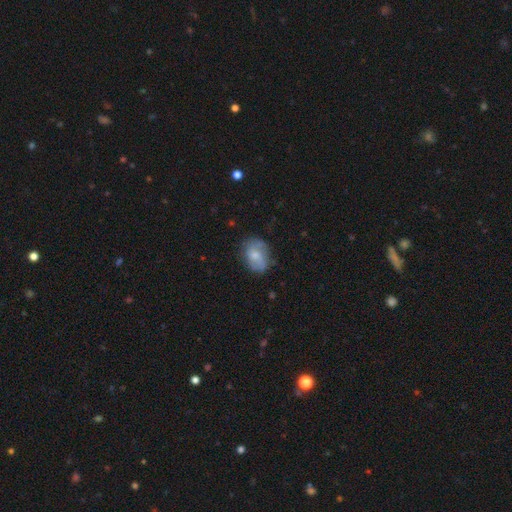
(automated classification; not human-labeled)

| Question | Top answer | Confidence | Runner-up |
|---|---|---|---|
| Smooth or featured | smooth | 59% | featured or disk (33%) |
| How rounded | in between | 73% | round (26%) |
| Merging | none | 62% | minor disturbance (26%) |